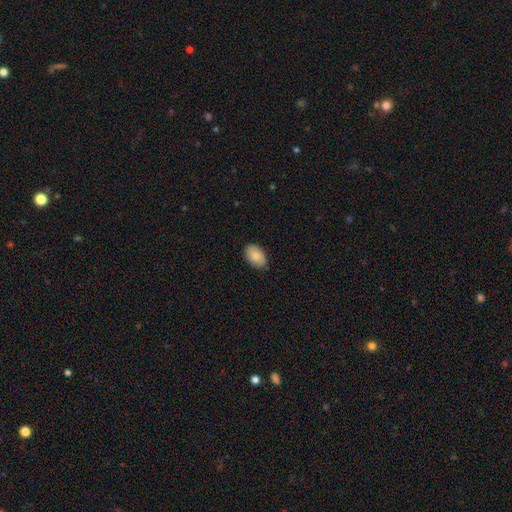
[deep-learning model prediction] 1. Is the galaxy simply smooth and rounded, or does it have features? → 88% smooth, 6% star or artifact, 5% featured or disk.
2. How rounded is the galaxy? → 91% in between, 8% round, 1% cigar-shaped.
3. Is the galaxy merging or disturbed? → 87% none, 10% minor disturbance, 2% major disturbance, 1% merger.